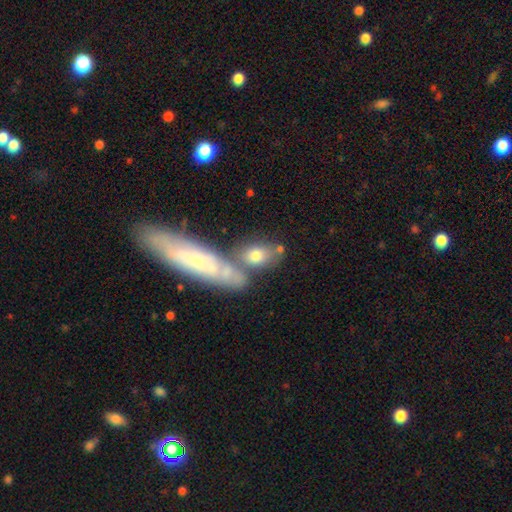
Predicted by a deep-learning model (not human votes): The model was most divided on "merging": none: 42%, merger: 39%, minor disturbance: 13%, major disturbance: 7%. More confident: how rounded — in between (76%); smooth or featured — smooth (70%).